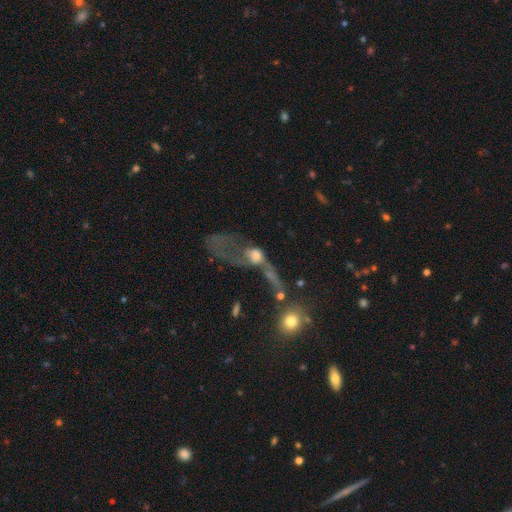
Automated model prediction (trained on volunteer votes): Overall: featured or disk (51%; smooth 35%). Edge-on disk: no (84%). Merging: merger (41%; major disturbance 40%).